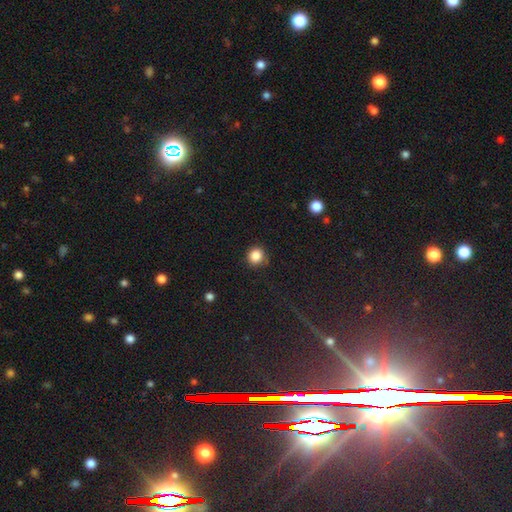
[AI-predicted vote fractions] smooth-or-featured: smooth: 85% | star or artifact: 11% | featured or disk: 4%
  how-rounded: round: 90% | in between: 9% | cigar-shaped: 1%
  merging: none: 82% | minor disturbance: 13% | major disturbance: 3% | merger: 2%